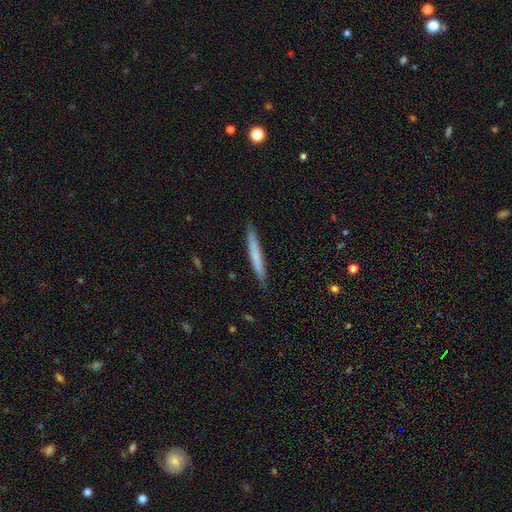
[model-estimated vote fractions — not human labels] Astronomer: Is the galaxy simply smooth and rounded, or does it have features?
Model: smooth — 65%.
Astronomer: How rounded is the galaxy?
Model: cigar-shaped — 96%.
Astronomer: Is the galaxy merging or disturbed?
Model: none — 88%.